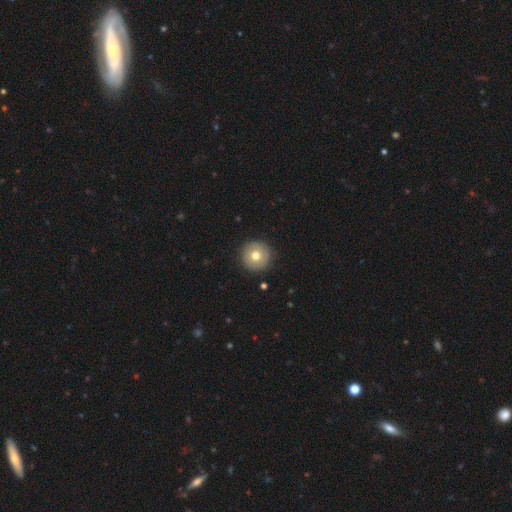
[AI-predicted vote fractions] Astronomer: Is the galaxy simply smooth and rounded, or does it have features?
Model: smooth — 71%.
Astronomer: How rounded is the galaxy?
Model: round — 96%.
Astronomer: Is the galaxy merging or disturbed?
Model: none — 91%.